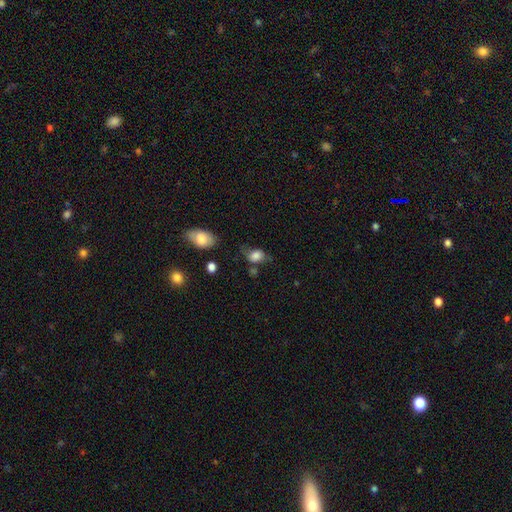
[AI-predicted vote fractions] The model was most divided on "merging": none: 47%, minor disturbance: 30%, major disturbance: 16%, merger: 7%. More confident: smooth or featured — smooth (76%); how rounded — in between (72%).